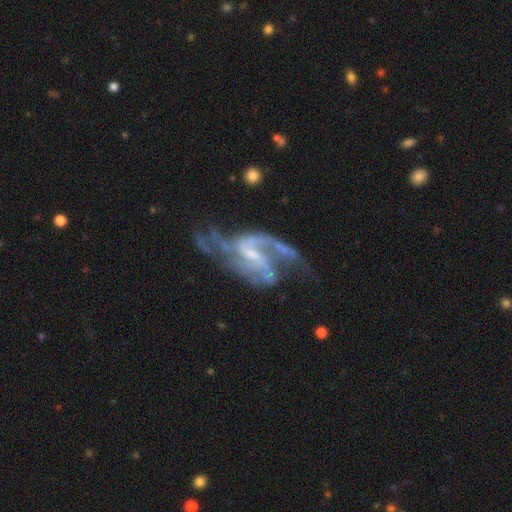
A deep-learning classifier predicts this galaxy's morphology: This is clearly a featured or disk galaxy (89%). It is clearly not viewed edge-on (97%). Bar: possibly weak (47%). Spiral arm pattern: clearly yes (95%). Spiral arm count: likely 2 (66%). Spiral winding: marginally loose (44%). Central bulge: likely small (64%). Merging: possibly none (50%).